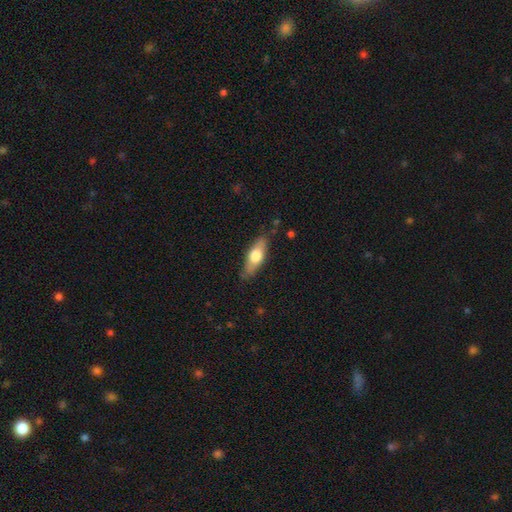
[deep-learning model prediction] A smooth galaxy with no disk features (61%) that is in between round and cigar-shaped (62%). Merging: none (79%).